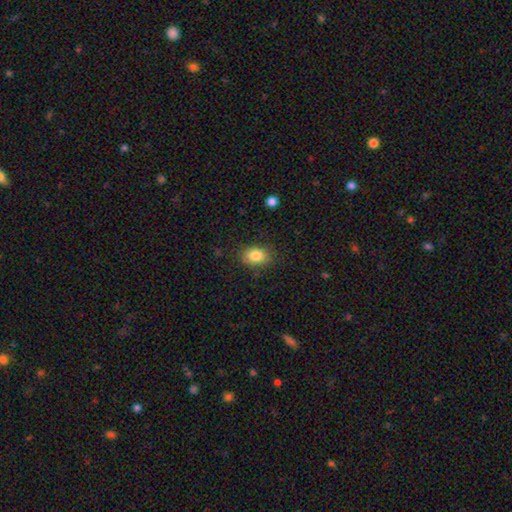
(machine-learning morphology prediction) smooth-or-featured: smooth: 84% | star or artifact: 9% | featured or disk: 7%
  how-rounded: in between: 75% | round: 24% | cigar-shaped: 1%
  merging: none: 78% | minor disturbance: 16% | major disturbance: 4% | merger: 1%